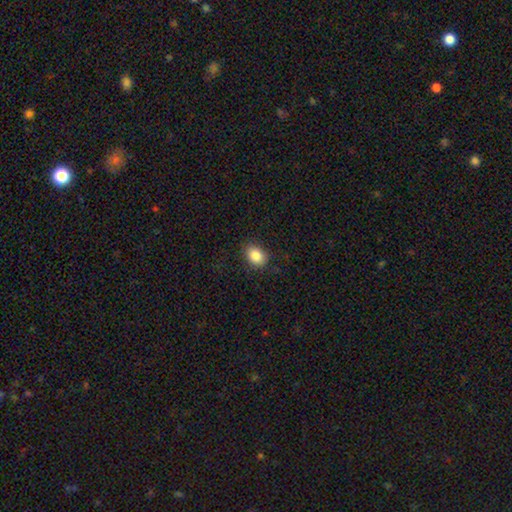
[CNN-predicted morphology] Overall: smooth (86%). How rounded: in between (63%; round 36%). Merging: none (85%).